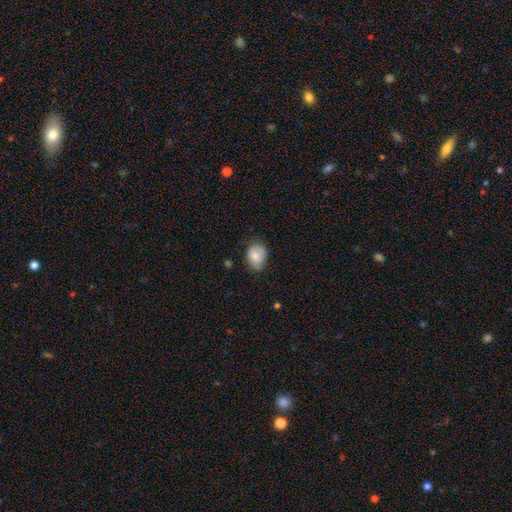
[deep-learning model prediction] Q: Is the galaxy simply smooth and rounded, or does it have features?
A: smooth — 78%.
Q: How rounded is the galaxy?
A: in between — 62%.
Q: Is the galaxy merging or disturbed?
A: none — 69%.